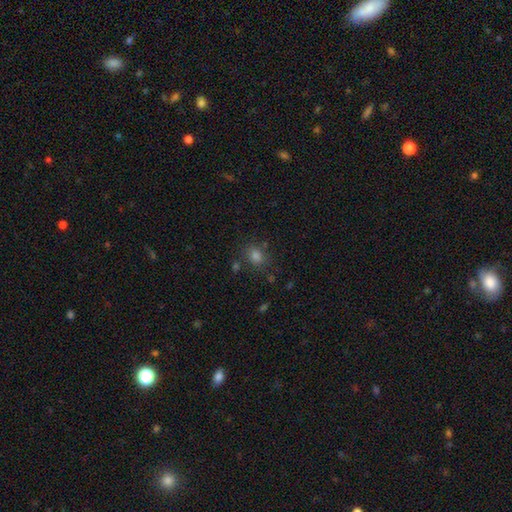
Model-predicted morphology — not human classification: Smooth or featured: smooth — 74% (star or artifact — 20%)
How rounded: round — 55% (in between — 43%)
Merging: none — 79% (minor disturbance — 11%)